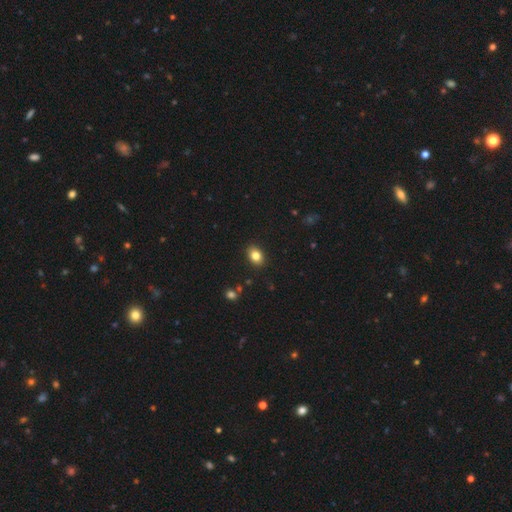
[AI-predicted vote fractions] Smooth or featured? Predicted: smooth (p=0.83). How rounded? Predicted: in between (p=0.72). Merging? Predicted: none (p=0.89).